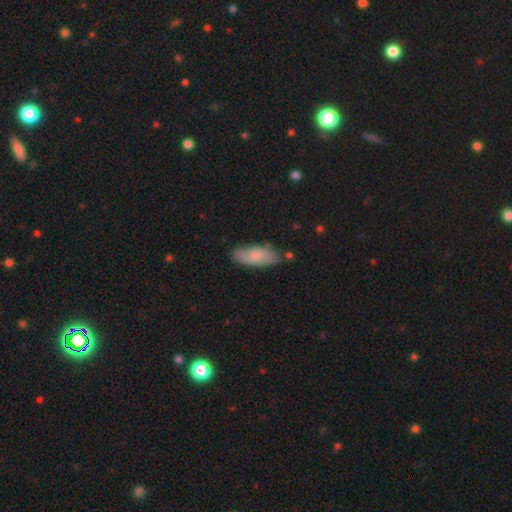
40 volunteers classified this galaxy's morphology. This is clearly a smooth galaxy (80%). How rounded: likely in between (78%). Merging: likely none (79%).